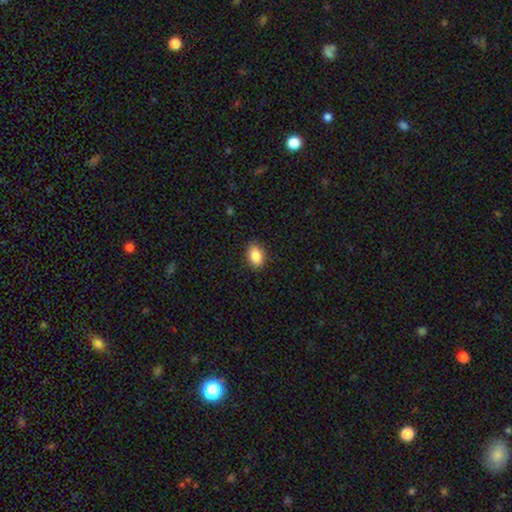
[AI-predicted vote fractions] The model was most divided on "how rounded": in between: 87%, round: 12%, cigar-shaped: 2%. More confident: merging — none (88%); smooth or featured — smooth (87%).